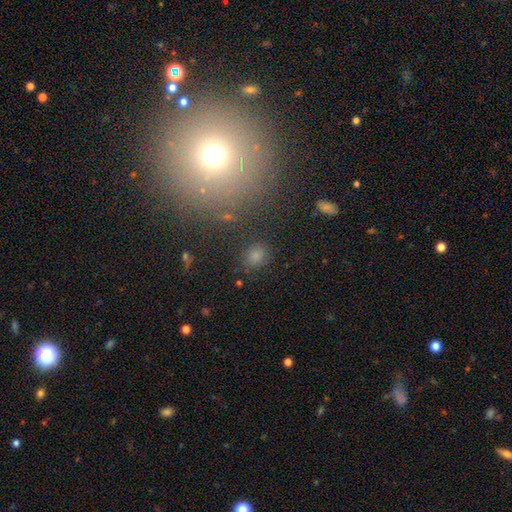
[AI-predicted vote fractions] This is likely a smooth galaxy (75%). How rounded: possibly in between (54%). Merging: clearly none (80%).